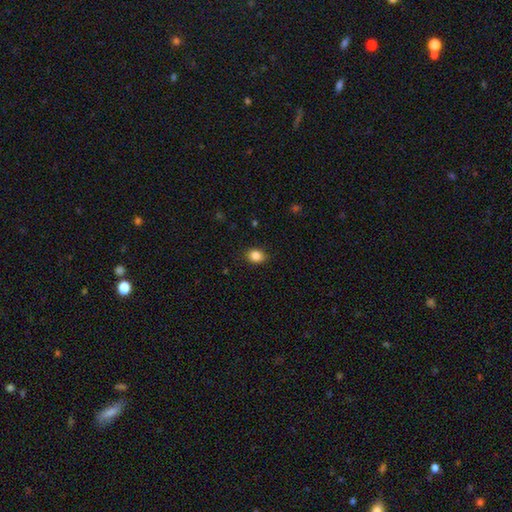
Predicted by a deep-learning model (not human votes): Smooth or featured? Predicted: smooth (p=0.86). How rounded? Predicted: in between (p=0.57). Merging? Predicted: none (p=0.86).